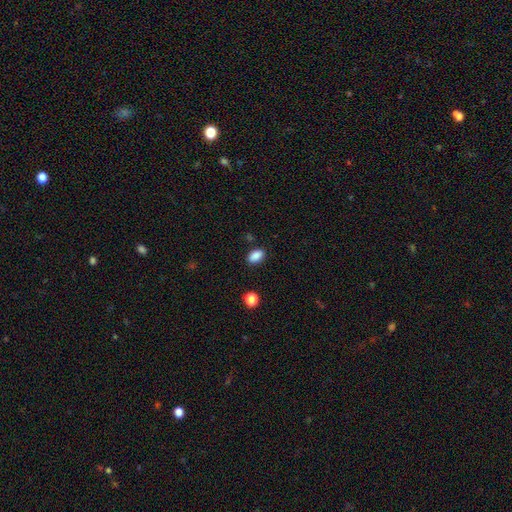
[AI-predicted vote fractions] A smooth galaxy with no disk features (87%) that is in between round and cigar-shaped (88%).

Vote fractions:
- Smooth or featured? smooth: 87% / star or artifact: 9% / featured or disk: 4%
- How rounded? in between: 88% / round: 10% / cigar-shaped: 2%
- Merging? none: 85% / minor disturbance: 10% / major disturbance: 3% / merger: 2%